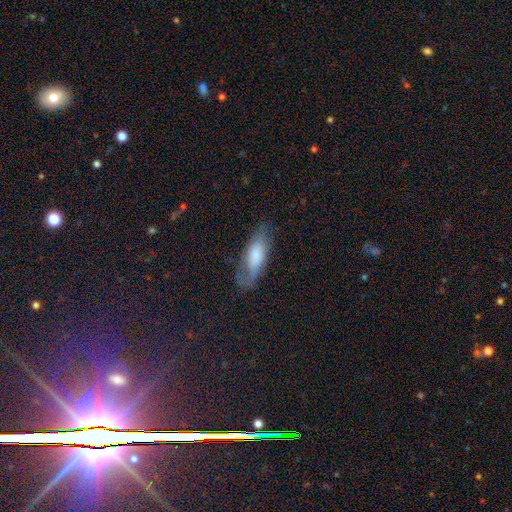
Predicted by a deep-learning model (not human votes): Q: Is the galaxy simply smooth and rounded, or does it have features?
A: smooth — 67%.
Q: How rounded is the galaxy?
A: in between — 66%.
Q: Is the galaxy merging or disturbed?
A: none — 61%.